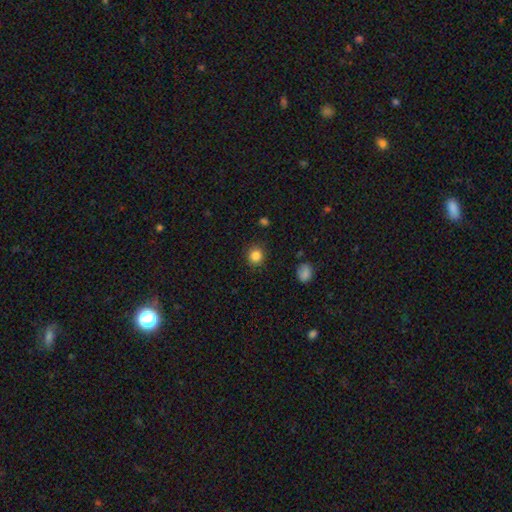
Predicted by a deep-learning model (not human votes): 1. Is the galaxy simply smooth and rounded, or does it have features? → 85% smooth, 11% star or artifact, 4% featured or disk.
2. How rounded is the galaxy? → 89% round, 10% in between, 1% cigar-shaped.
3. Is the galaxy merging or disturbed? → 89% none, 8% minor disturbance, 2% major disturbance, 1% merger.